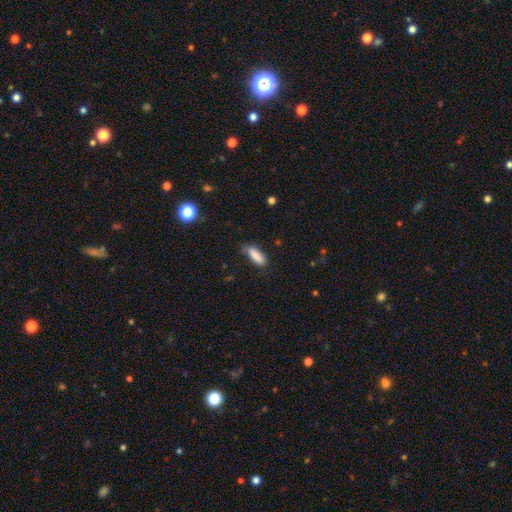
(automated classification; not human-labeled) smooth_or_featured: smooth (p=0.83) [alt: featured or disk p=0.09]
how_rounded: in between (p=0.60) [alt: cigar-shaped p=0.38]
merging: none (p=0.64) [alt: minor disturbance p=0.27]